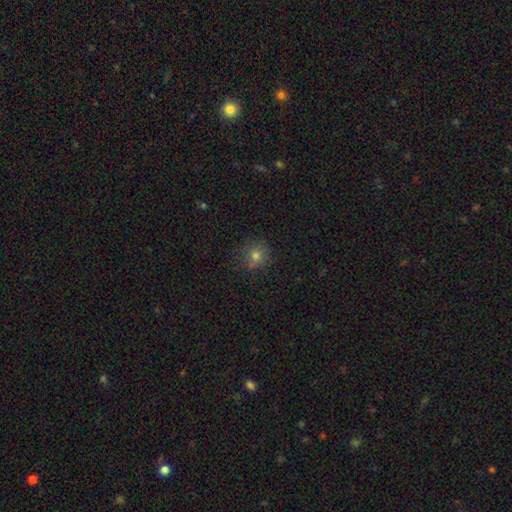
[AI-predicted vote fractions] A smooth galaxy with no disk features (75%) that is round (89%).

Vote fractions:
- Smooth or featured? smooth: 75% / star or artifact: 16% / featured or disk: 9%
- How rounded? round: 89% / in between: 10% / cigar-shaped: 1%
- Merging? none: 80% / minor disturbance: 12% / merger: 4% / major disturbance: 4%